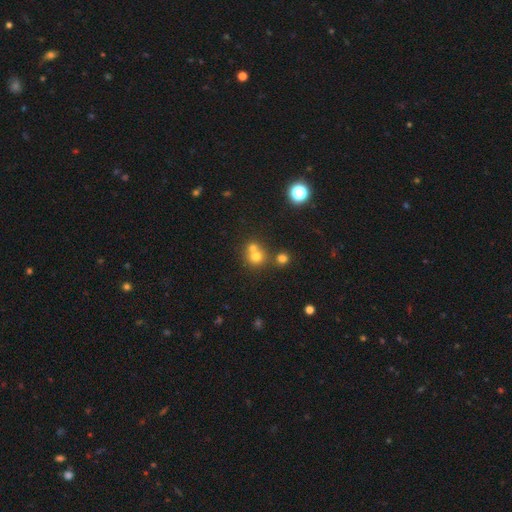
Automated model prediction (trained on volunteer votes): Smooth or featured? smooth (68%)
How rounded? round (86%)
Merging? merger (47%)